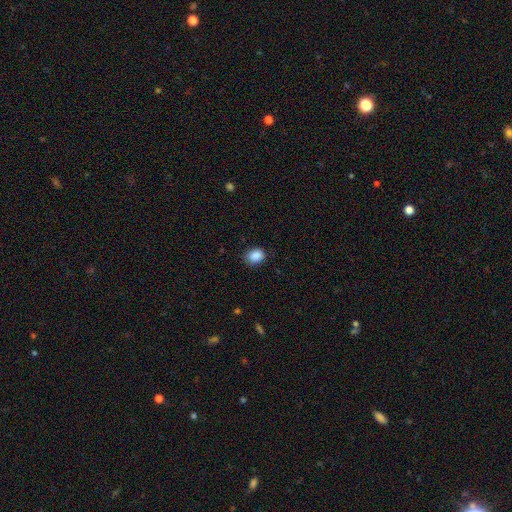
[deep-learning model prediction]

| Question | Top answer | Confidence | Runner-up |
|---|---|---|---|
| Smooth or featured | smooth | 88% | star or artifact (8%) |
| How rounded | in between | 63% | round (36%) |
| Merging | none | 78% | minor disturbance (18%) |